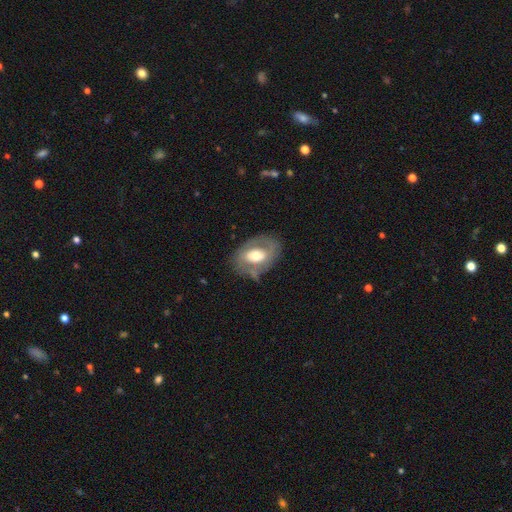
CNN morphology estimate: This is possibly a featured or disk galaxy (53%). It is clearly not viewed edge-on (93%). Merging: likely none (64%).